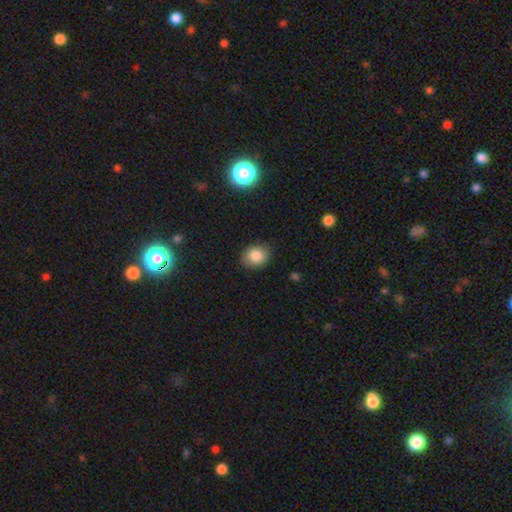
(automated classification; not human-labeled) smooth 84%, star or artifact 9%, featured or disk 7%. Down the decision tree: how rounded — in between (54%); merging — none (85%).